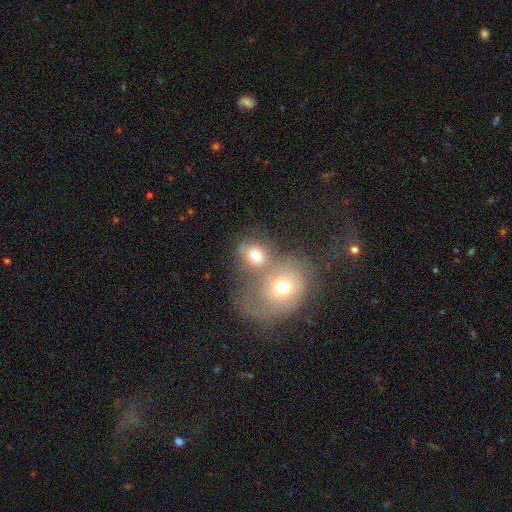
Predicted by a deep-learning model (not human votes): Smooth or featured: smooth — 68% (featured or disk — 21%)
How rounded: round — 52% (in between — 47%)
Merging: merger — 59% (none — 26%)